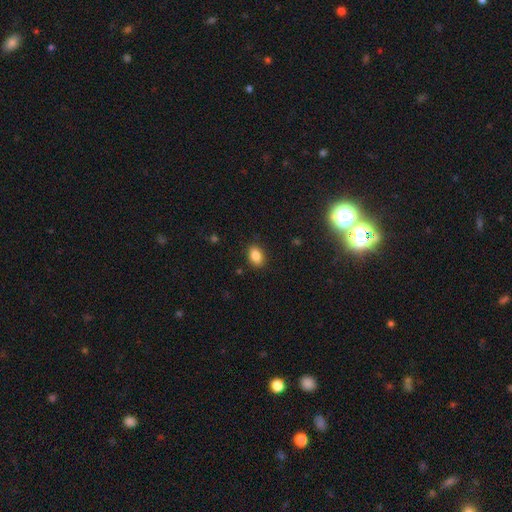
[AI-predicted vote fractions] smooth_or_featured: smooth (p=0.86) [alt: star or artifact p=0.09]
how_rounded: in between (p=0.86) [alt: round p=0.13]
merging: none (p=0.88) [alt: minor disturbance p=0.09]